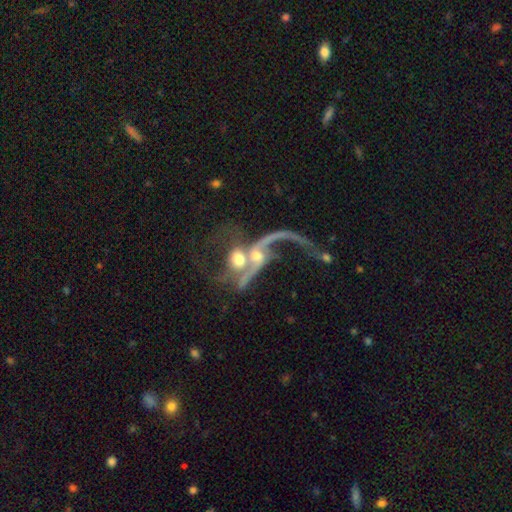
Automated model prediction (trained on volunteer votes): This appears to be a featured or disk galaxy (78%) with no bar (62%), 1 (43%) loose (86%) spiral arms (78%) and a moderate central bulge (49%). Merging: merger (61%).